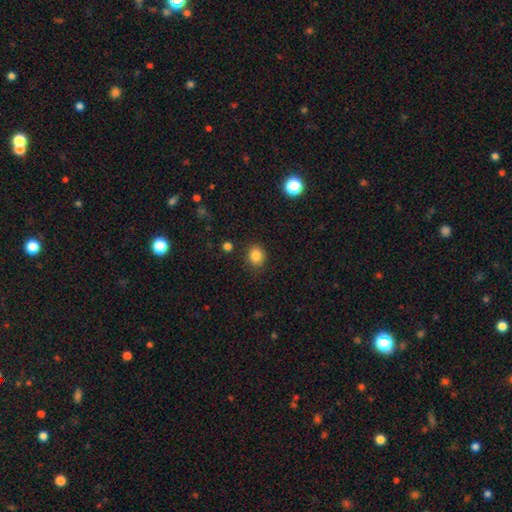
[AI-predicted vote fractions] Smooth or featured? smooth (84%)
How rounded? round (68%)
Merging? none (86%)